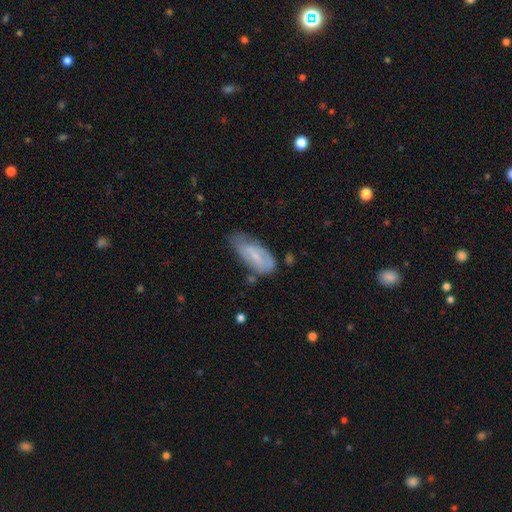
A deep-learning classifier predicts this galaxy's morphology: Overall: smooth (50%; featured or disk 42%). How rounded: in between (79%). Merging: none (41%; minor disturbance 40%).